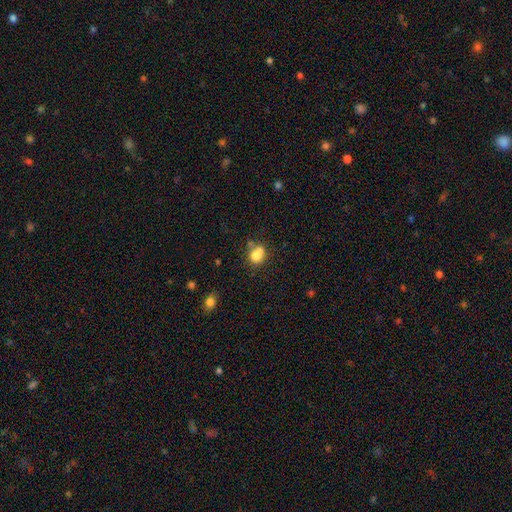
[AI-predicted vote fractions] smooth-or-featured: smooth: 75% | featured or disk: 14% | star or artifact: 11%
  how-rounded: round: 63% | in between: 36% | cigar-shaped: 1%
  merging: merger: 42% | none: 37% | minor disturbance: 14% | major disturbance: 7%